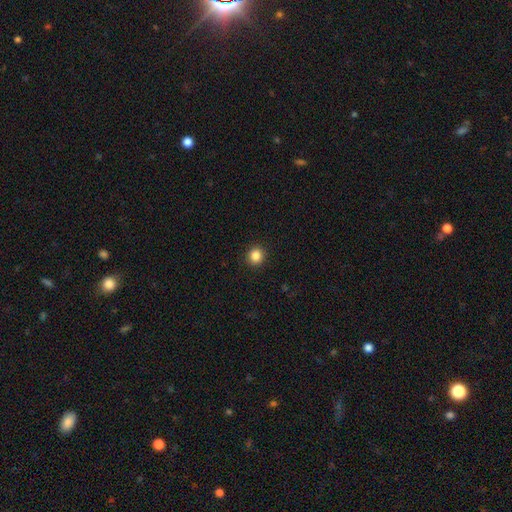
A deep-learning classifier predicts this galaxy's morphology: smooth-or-featured: smooth: 85% | star or artifact: 11% | featured or disk: 4%
  how-rounded: round: 91% | in between: 8% | cigar-shaped: 1%
  merging: none: 92% | minor disturbance: 5% | major disturbance: 2% | merger: 1%